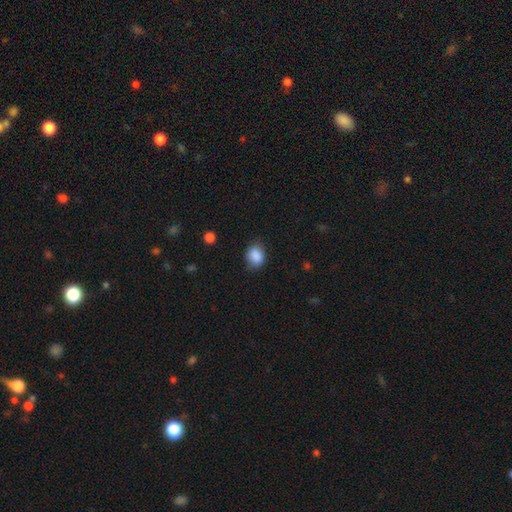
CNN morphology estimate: The model was most divided on "how rounded": round: 50%, in between: 49%, cigar-shaped: 1%. More confident: smooth or featured — smooth (87%); merging — none (75%).